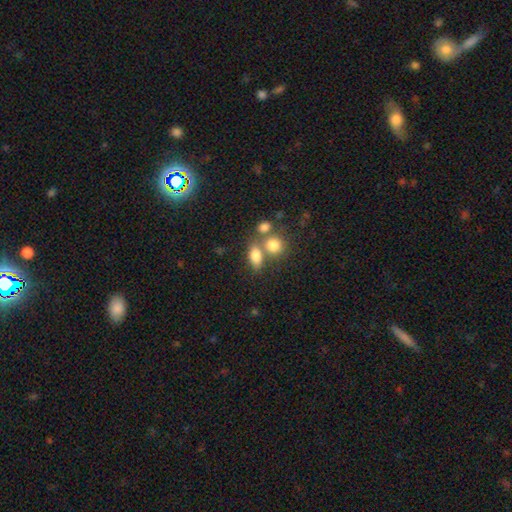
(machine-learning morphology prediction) type=smooth (79%); roundness=in between (72%); merging=none (46%).